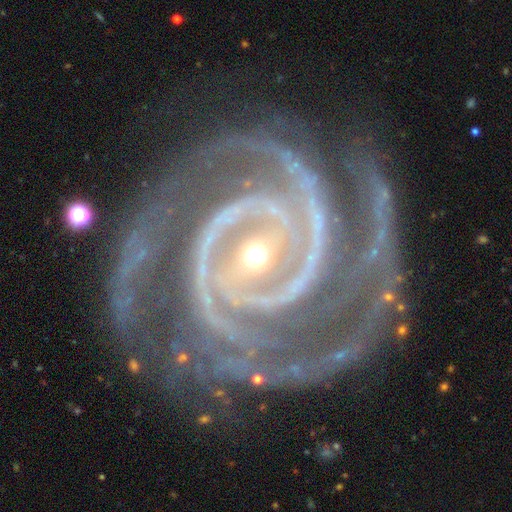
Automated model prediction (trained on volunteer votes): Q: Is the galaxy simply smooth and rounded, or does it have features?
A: featured or disk — 94%.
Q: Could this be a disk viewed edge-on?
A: no — 98%.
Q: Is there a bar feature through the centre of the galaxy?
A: strong — 39%.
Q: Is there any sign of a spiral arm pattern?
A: yes — 99%.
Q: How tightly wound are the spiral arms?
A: tight — 80%.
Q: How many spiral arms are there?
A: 2 — 63%.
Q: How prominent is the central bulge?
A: small — 70%.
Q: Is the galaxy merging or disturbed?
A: none — 74%.